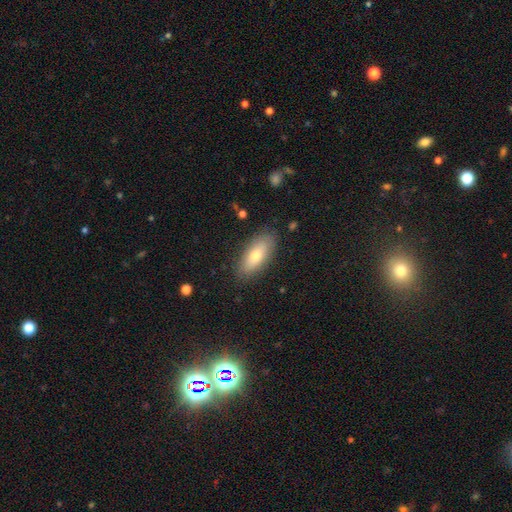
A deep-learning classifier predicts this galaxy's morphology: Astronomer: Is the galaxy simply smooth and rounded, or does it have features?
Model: smooth — 66%.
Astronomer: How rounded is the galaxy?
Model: in between — 80%.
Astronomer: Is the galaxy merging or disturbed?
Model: none — 85%.